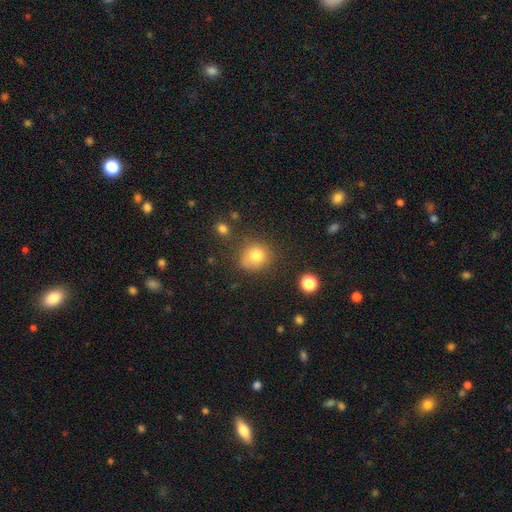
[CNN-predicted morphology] Q: Smooth or featured?
A: smooth (78%); runner-up: star or artifact (12%)
Q: How rounded?
A: round (79%); runner-up: in between (20%)
Q: Merging?
A: none (66%); runner-up: minor disturbance (21%)